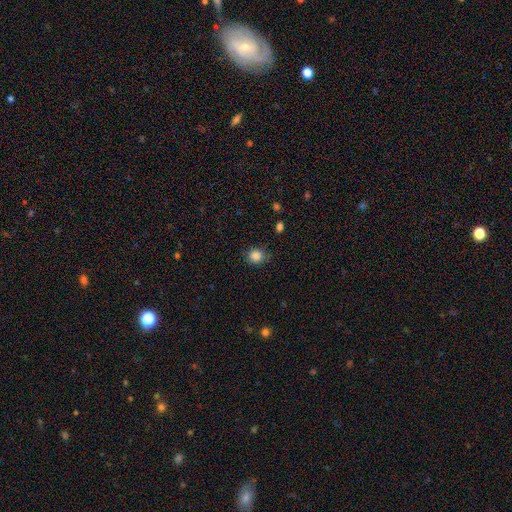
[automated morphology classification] Q: Smooth or featured?
A: smooth (85%); runner-up: star or artifact (11%)
Q: How rounded?
A: round (85%); runner-up: in between (14%)
Q: Merging?
A: none (83%); runner-up: minor disturbance (12%)